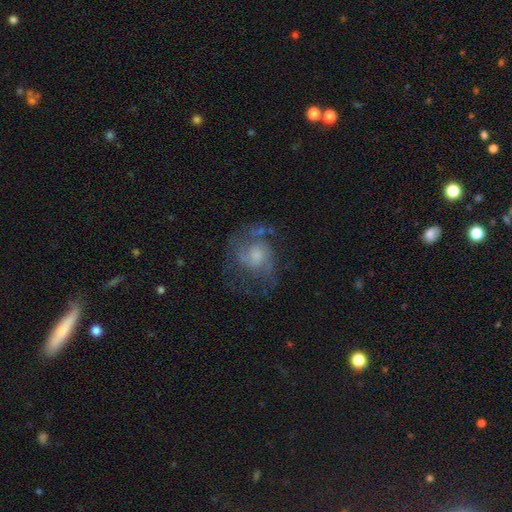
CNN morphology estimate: smooth-or-featured: featured or disk: 69% | smooth: 22% | star or artifact: 9%
  disk-edge-on: no: 98% | yes: 2%
    bar: no: 68% | weak: 28% | strong: 4%
    has-spiral-arms: yes: 84% | no: 16%
      spiral-winding: medium: 49% | tight: 29% | loose: 22%
      spiral-arm-count: 2: 56% | can't tell: 21% | 3: 9% | 1: 7% | 4: 3% | more than 4: 3%
    bulge-size: moderate: 40% | small: 28% | large: 15% | none: 14% | dominant: 2%
  merging: none: 54% | major disturbance: 22% | minor disturbance: 21% | merger: 4%